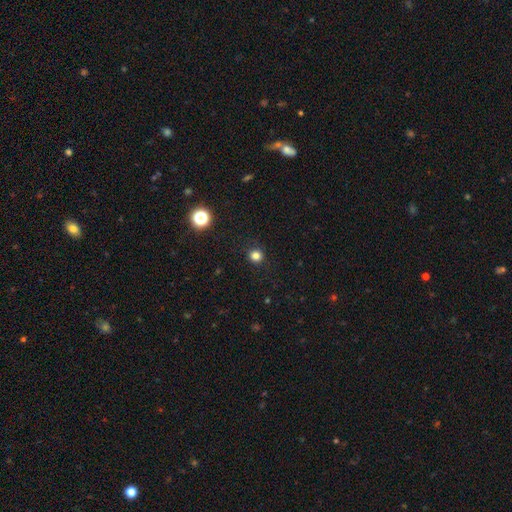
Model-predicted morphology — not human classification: This appears to be a smooth galaxy with no disk features (82%) that is round (91%). Merging: none (90%).